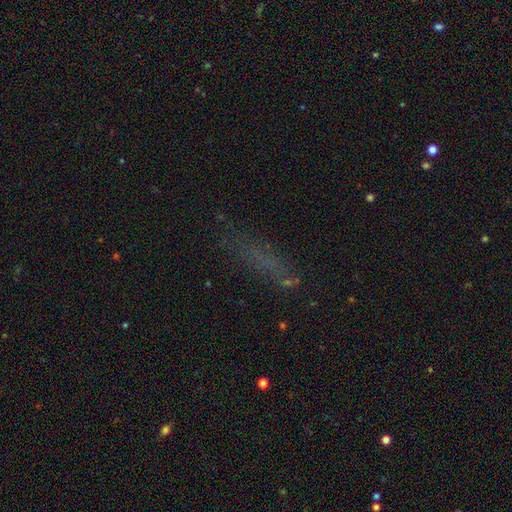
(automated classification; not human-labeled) A smooth galaxy with no disk features (49%). Merging: none (62%).